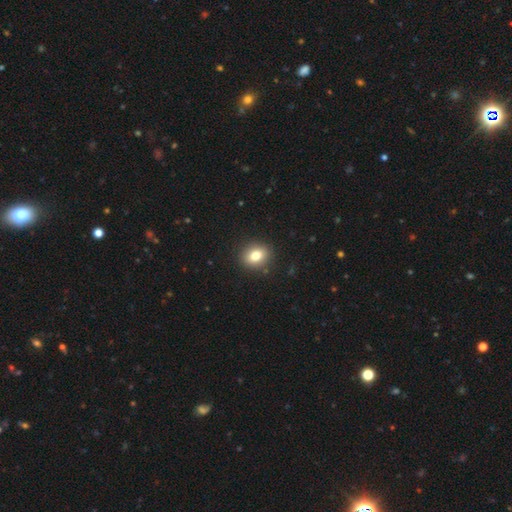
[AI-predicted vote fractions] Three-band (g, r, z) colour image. It shows a smooth galaxy with no disk features (80%) that is round (59%). Merging: none (90%).